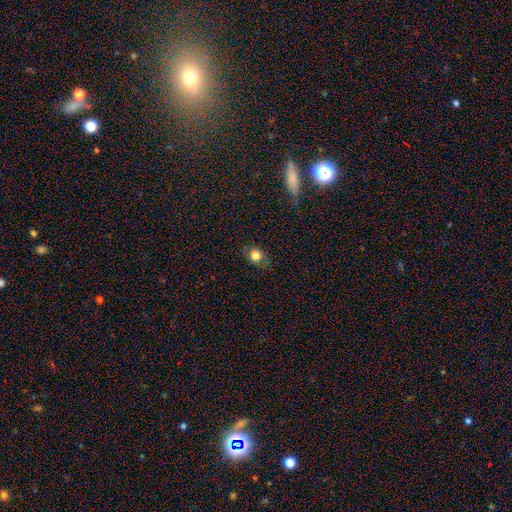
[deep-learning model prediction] smooth 77%, star or artifact 13%, featured or disk 10%. Down the decision tree: how rounded — round (55%); merging — none (78%).